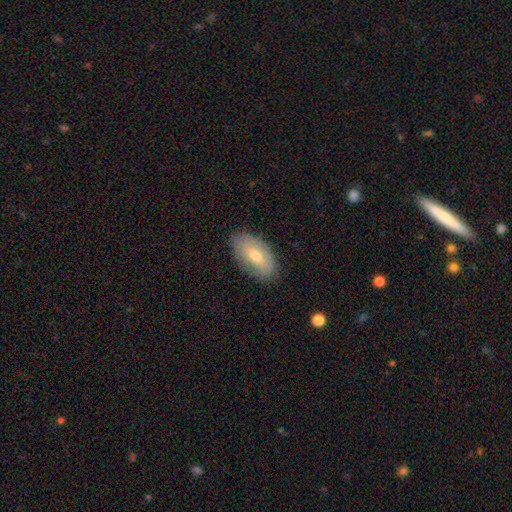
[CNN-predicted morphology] smooth 61%, featured or disk 32%, star or artifact 7%. Down the decision tree: how rounded — in between (93%); merging — none (82%).